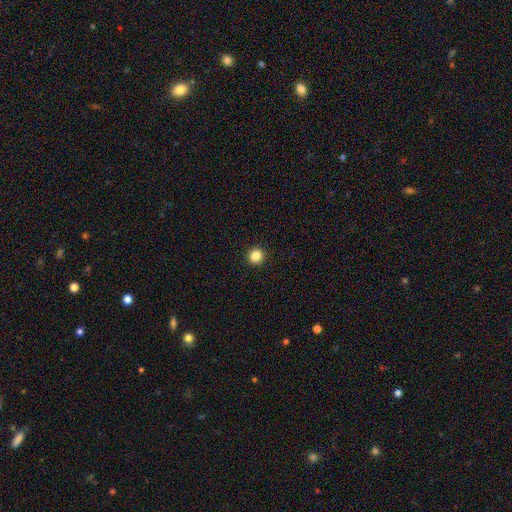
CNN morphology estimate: Smooth or featured?
  - smooth: 85% *
  - star or artifact: 11%
  - featured or disk: 4%
How rounded?
  - round: 93% *
  - in between: 6%
  - cigar-shaped: 1%
Merging?
  - none: 93% *
  - minor disturbance: 5%
  - major disturbance: 2%
  - merger: 1%